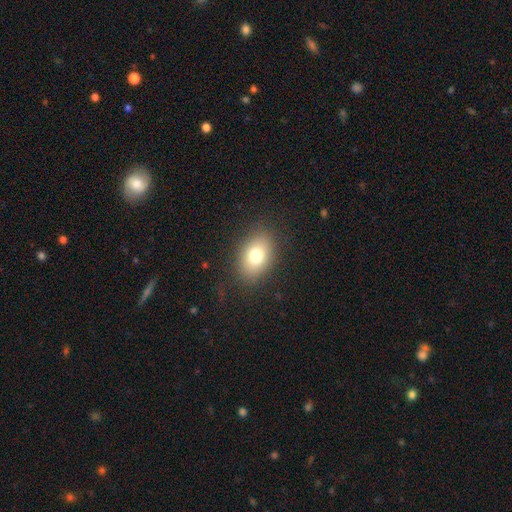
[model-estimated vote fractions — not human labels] This is likely a smooth galaxy (76%). How rounded: likely in between (77%). Merging: clearly none (84%).